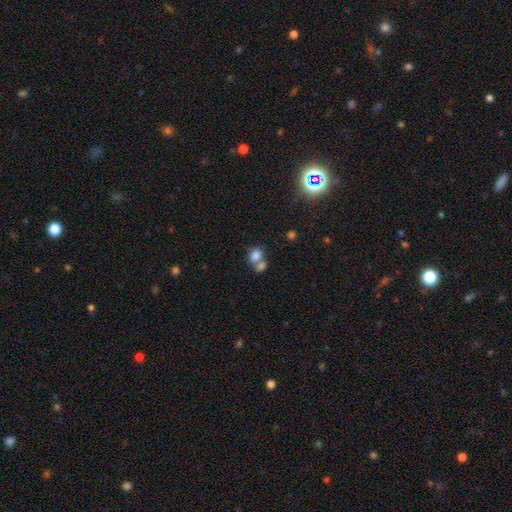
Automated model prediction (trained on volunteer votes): smooth 79%, star or artifact 11%, featured or disk 10%. Down the decision tree: how rounded — in between (57%); merging — merger (56%).